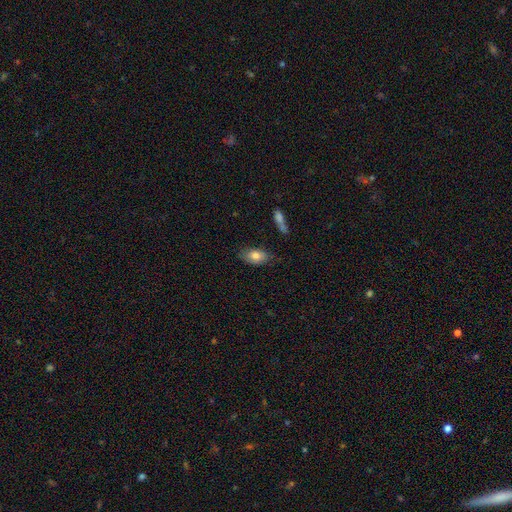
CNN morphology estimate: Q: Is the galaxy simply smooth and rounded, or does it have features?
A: smooth — 77%.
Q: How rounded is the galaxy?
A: in between — 90%.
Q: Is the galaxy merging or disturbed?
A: none — 75%.